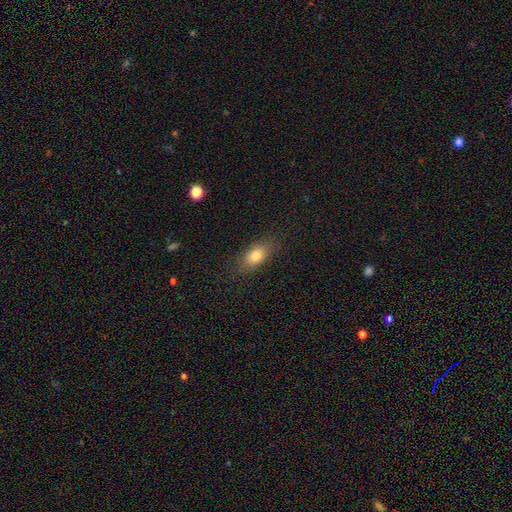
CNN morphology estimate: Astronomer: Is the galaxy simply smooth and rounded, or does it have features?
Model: smooth — 79%.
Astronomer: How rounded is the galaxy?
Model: in between — 83%.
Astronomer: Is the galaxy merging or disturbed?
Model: none — 82%.